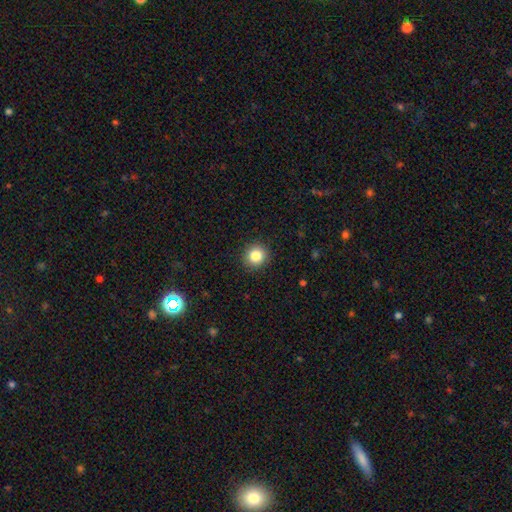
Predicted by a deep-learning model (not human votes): A smooth galaxy with no disk features (85%) that is round (92%). Merging: none (91%).